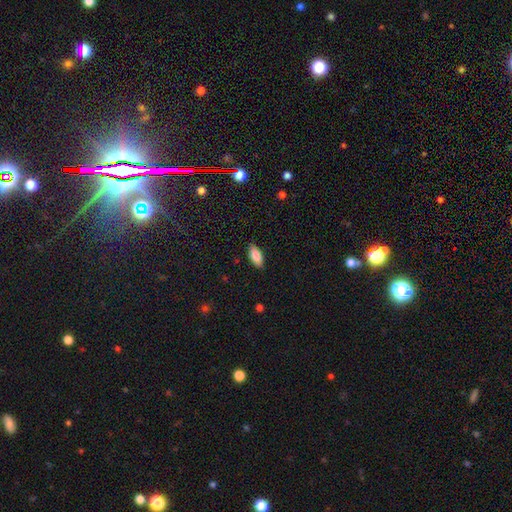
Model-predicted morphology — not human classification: Smooth or featured?
  - smooth: 84% *
  - featured or disk: 10%
  - star or artifact: 7%
How rounded?
  - in between: 86% *
  - cigar-shaped: 12%
  - round: 2%
Merging?
  - none: 87% *
  - minor disturbance: 10%
  - major disturbance: 2%
  - merger: 1%